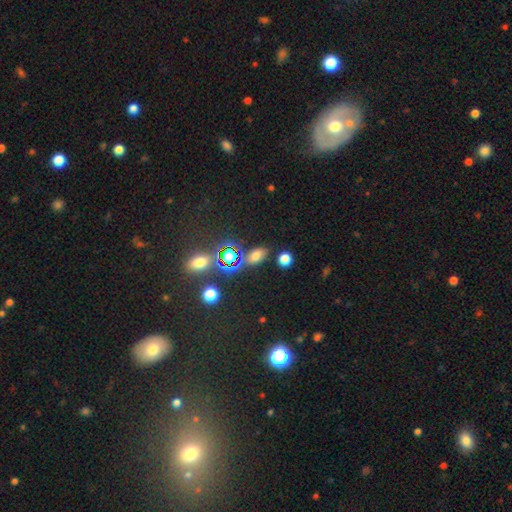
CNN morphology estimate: Smooth or featured? smooth (62%)
How rounded? in between (83%)
Merging? none (74%)